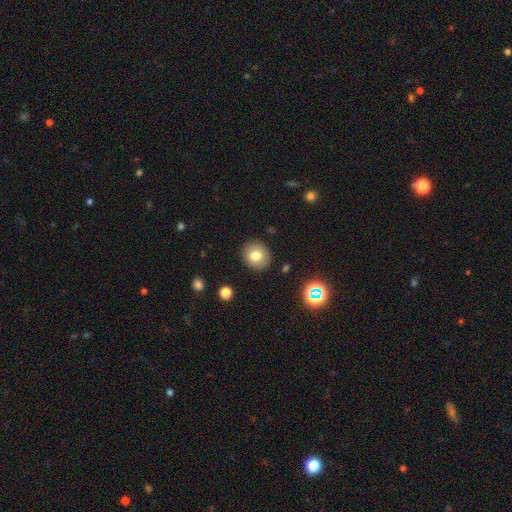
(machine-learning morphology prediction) smooth 76%, featured or disk 12%, star or artifact 12%. Down the decision tree: how rounded — round (81%); merging — none (89%).